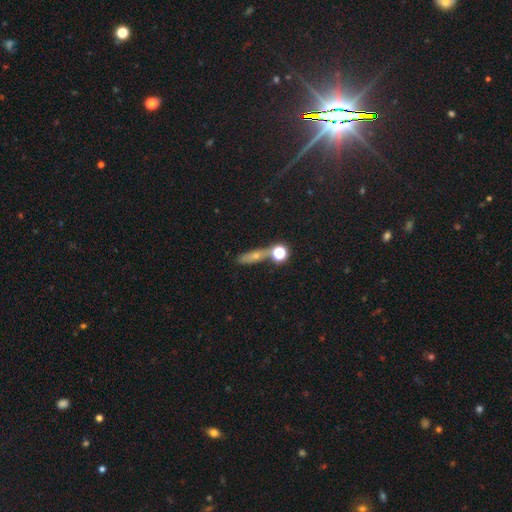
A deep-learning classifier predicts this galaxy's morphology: Smooth or featured?
  - smooth: 51% *
  - featured or disk: 27%
  - star or artifact: 22%
How rounded?
  - cigar-shaped: 51% *
  - in between: 32%
  - round: 17%
Merging?
  - none: 64% *
  - merger: 16%
  - minor disturbance: 14%
  - major disturbance: 7%